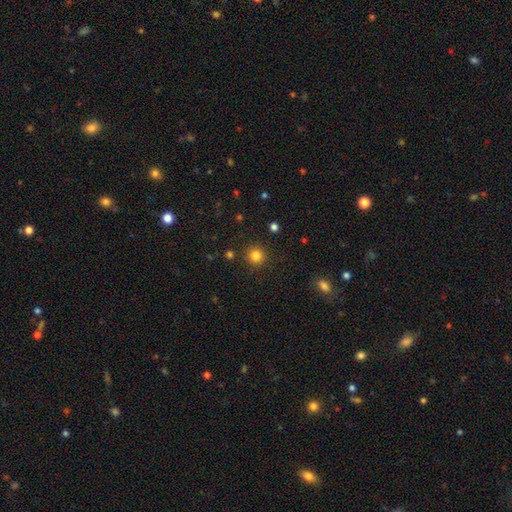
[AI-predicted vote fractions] Smooth or featured?
  - smooth: 83% *
  - star or artifact: 13%
  - featured or disk: 4%
How rounded?
  - round: 94% *
  - in between: 5%
  - cigar-shaped: 1%
Merging?
  - none: 90% *
  - minor disturbance: 6%
  - major disturbance: 2%
  - merger: 2%